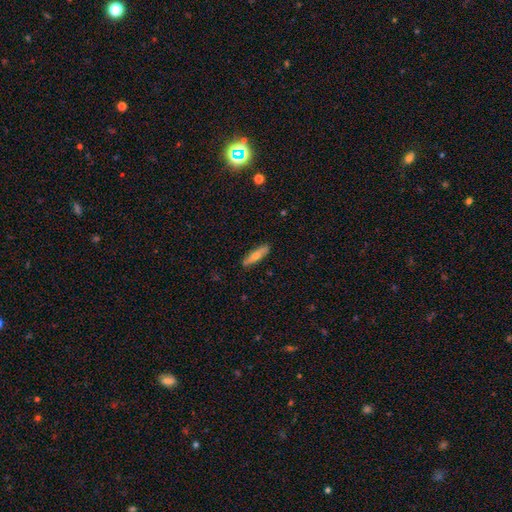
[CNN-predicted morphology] type=smooth (57%); roundness=cigar-shaped (72%); merging=none (88%).